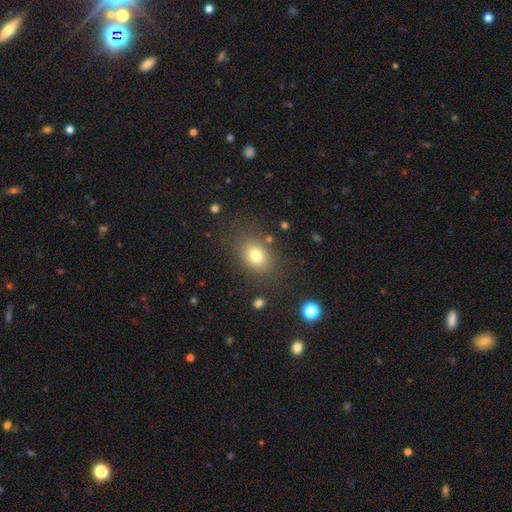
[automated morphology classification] This appears to be a smooth galaxy with no disk features (78%) that is in between round and cigar-shaped (58%). Merging: none (79%).